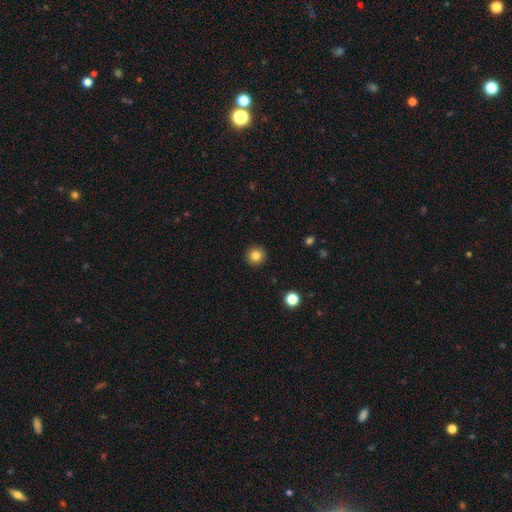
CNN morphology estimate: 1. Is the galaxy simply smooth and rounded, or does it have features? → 83% smooth, 11% star or artifact, 6% featured or disk.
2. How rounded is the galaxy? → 95% round, 4% in between, 1% cigar-shaped.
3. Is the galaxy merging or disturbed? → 92% none, 5% minor disturbance, 2% major disturbance, 1% merger.